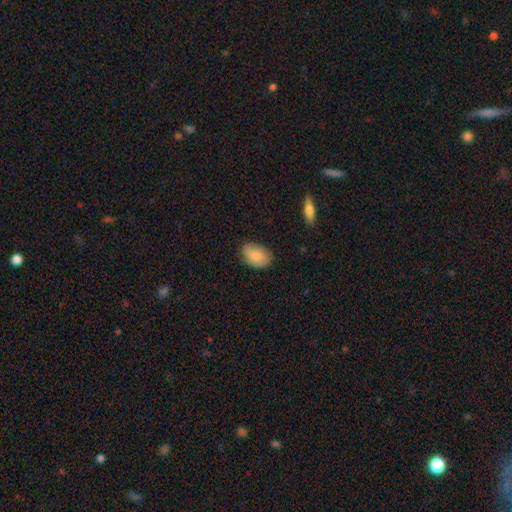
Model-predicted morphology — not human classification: smooth 84%, featured or disk 10%, star or artifact 6%. Down the decision tree: how rounded — in between (89%); merging — none (77%).